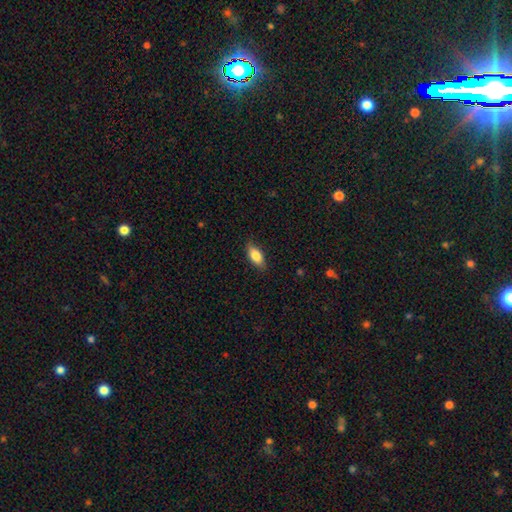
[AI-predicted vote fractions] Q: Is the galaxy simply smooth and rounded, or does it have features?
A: smooth — 81%.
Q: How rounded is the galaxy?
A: in between — 84%.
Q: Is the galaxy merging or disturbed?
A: none — 83%.